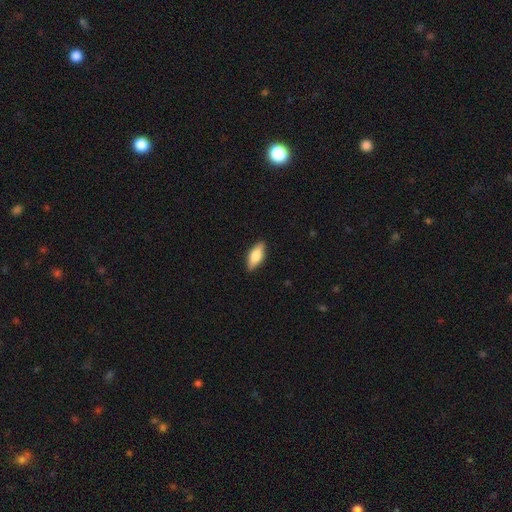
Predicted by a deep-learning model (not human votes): Smooth or featured: smooth — 73% (featured or disk — 21%)
How rounded: in between — 81% (cigar-shaped — 17%)
Merging: none — 87% (minor disturbance — 10%)